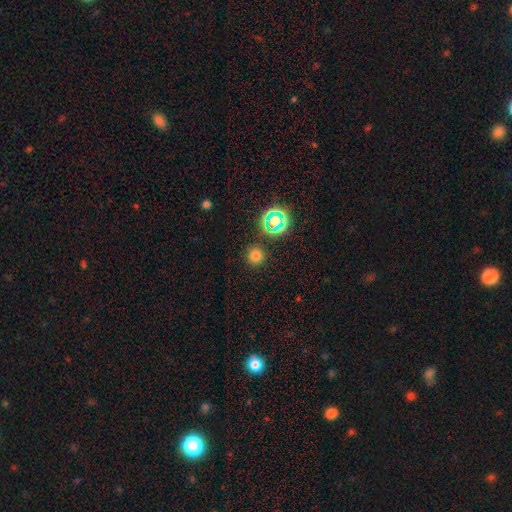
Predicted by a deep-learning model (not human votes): Smooth or featured?
  - smooth: 71% *
  - star or artifact: 22%
  - featured or disk: 6%
How rounded?
  - round: 95% *
  - in between: 4%
  - cigar-shaped: 1%
Merging?
  - none: 89% *
  - minor disturbance: 6%
  - merger: 3%
  - major disturbance: 2%